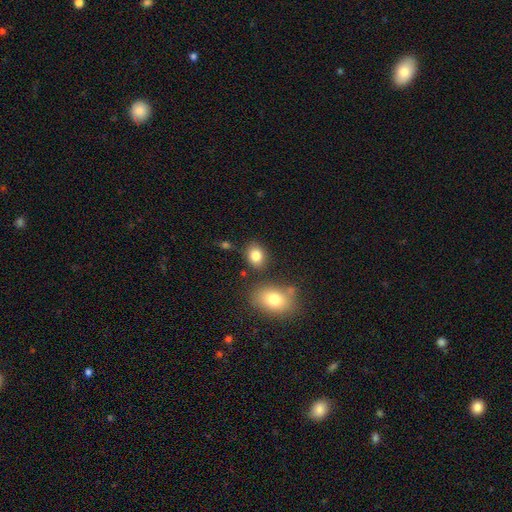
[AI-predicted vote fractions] Smooth or featured?
  - smooth: 83% *
  - star or artifact: 9%
  - featured or disk: 8%
How rounded?
  - in between: 57% *
  - round: 42%
  - cigar-shaped: 1%
Merging?
  - none: 78% *
  - minor disturbance: 11%
  - merger: 8%
  - major disturbance: 3%